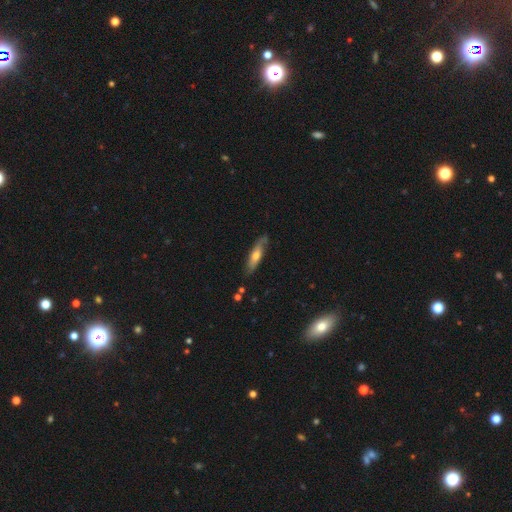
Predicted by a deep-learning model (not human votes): The model was most divided on "smooth or featured": featured or disk: 48%, smooth: 46%, star or artifact: 6%. More confident: merging — none (75%).